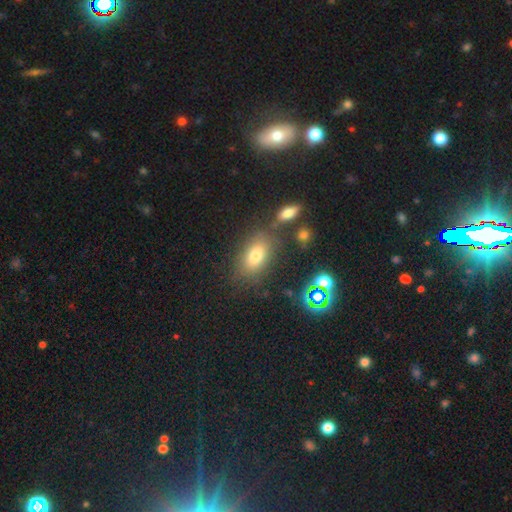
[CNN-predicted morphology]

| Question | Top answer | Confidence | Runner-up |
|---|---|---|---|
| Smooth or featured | smooth | 71% | star or artifact (16%) |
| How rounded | in between | 83% | round (13%) |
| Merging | none | 76% | minor disturbance (12%) |